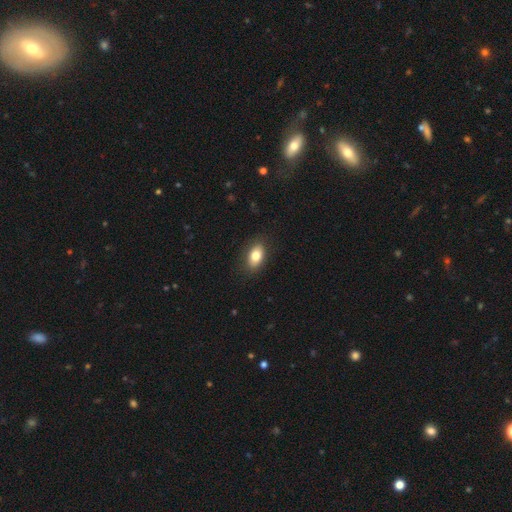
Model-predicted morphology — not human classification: Overall: smooth (81%). How rounded: in between (88%). Merging: none (87%).